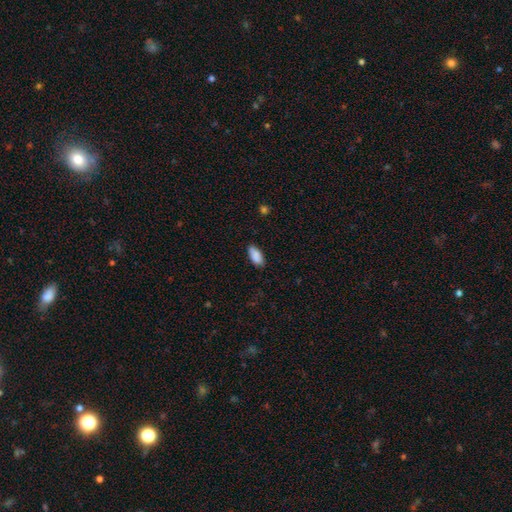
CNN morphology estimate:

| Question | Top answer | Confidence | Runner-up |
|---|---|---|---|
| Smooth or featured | smooth | 88% | star or artifact (7%) |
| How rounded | in between | 89% | cigar-shaped (9%) |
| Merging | none | 81% | minor disturbance (15%) |